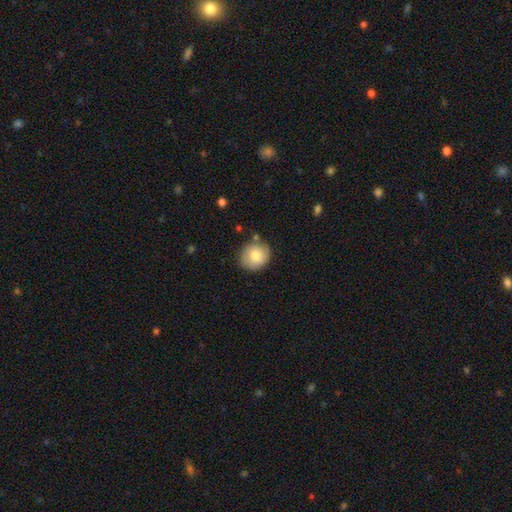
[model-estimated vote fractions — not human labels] Smooth or featured: smooth — 77% (featured or disk — 16%)
How rounded: round — 83% (in between — 16%)
Merging: none — 76% (minor disturbance — 16%)